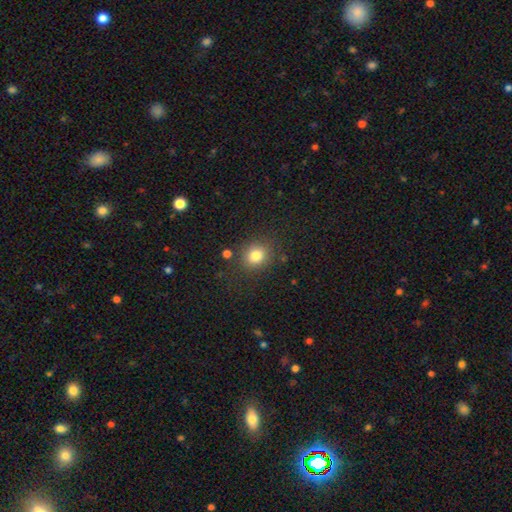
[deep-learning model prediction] This appears to be a smooth galaxy with no disk features (81%) that is round (72%). Merging: none (81%).